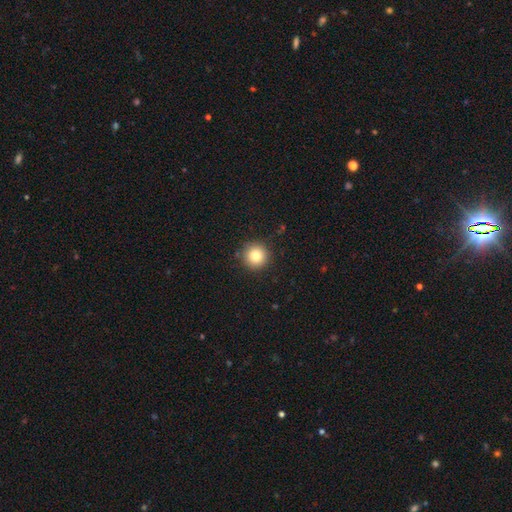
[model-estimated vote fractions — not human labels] A smooth galaxy with no disk features (82%) that is round (95%). Merging: none (89%).